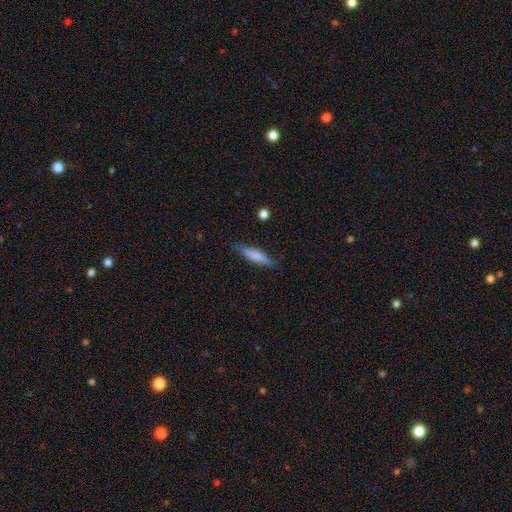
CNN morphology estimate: Smooth or featured? Predicted: smooth (p=0.74). How rounded? Predicted: cigar-shaped (p=0.77). Merging? Predicted: none (p=0.81).